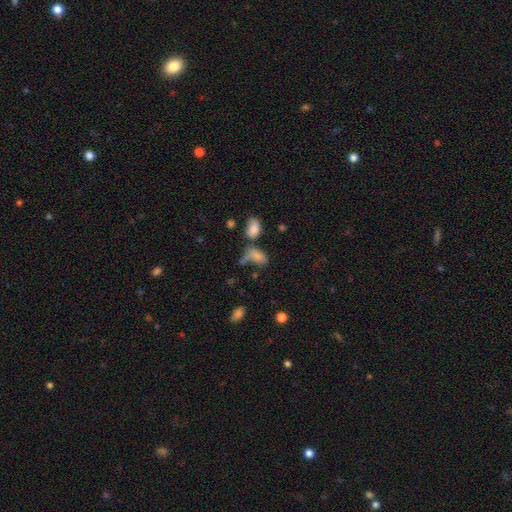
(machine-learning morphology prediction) Smooth or featured: smooth — 76% (star or artifact — 13%)
How rounded: in between — 87% (round — 8%)
Merging: merger — 34% (none — 30%)